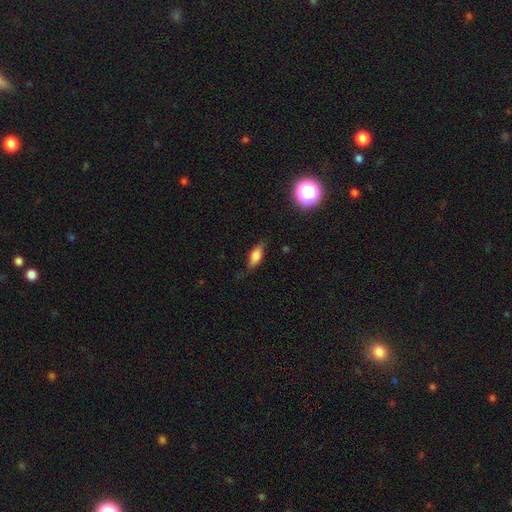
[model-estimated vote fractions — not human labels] smooth_or_featured: smooth (p=0.72) [alt: featured or disk p=0.19]
how_rounded: in between (p=0.76) [alt: cigar-shaped p=0.19]
merging: none (p=0.70) [alt: minor disturbance p=0.23]